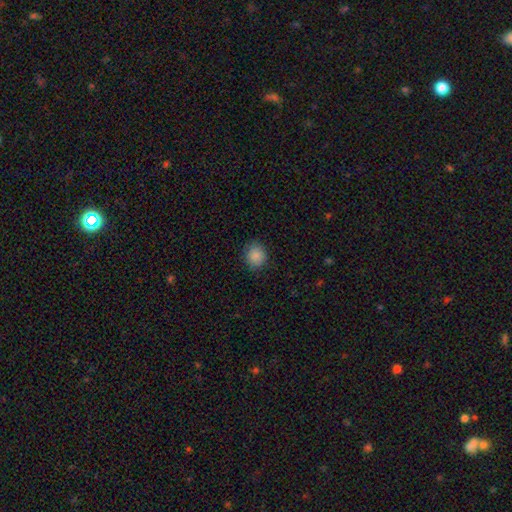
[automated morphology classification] Smooth or featured: smooth — 87% (star or artifact — 9%)
How rounded: round — 79% (in between — 20%)
Merging: none — 86% (minor disturbance — 10%)